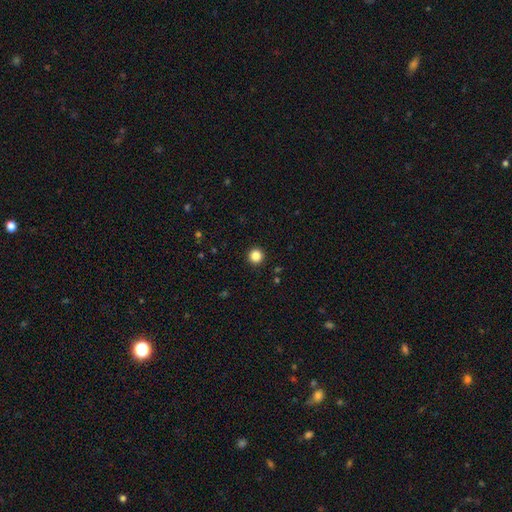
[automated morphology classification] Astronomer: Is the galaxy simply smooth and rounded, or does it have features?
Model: smooth — 85%.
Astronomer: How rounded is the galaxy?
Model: round — 96%.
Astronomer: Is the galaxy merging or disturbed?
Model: none — 93%.